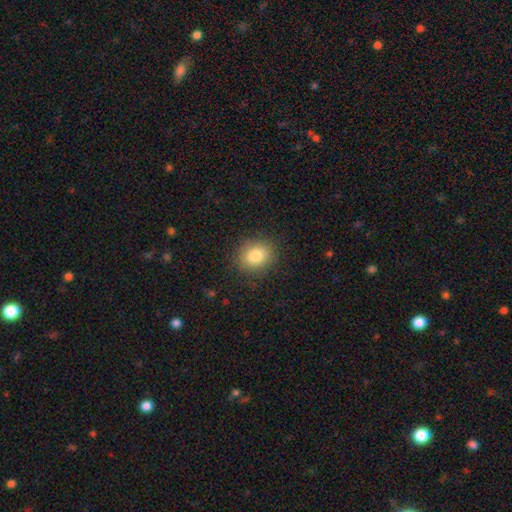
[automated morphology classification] Smooth or featured?
  - smooth: 83% *
  - star or artifact: 10%
  - featured or disk: 7%
How rounded?
  - round: 68% *
  - in between: 31%
  - cigar-shaped: 1%
Merging?
  - none: 87% *
  - minor disturbance: 9%
  - major disturbance: 3%
  - merger: 1%